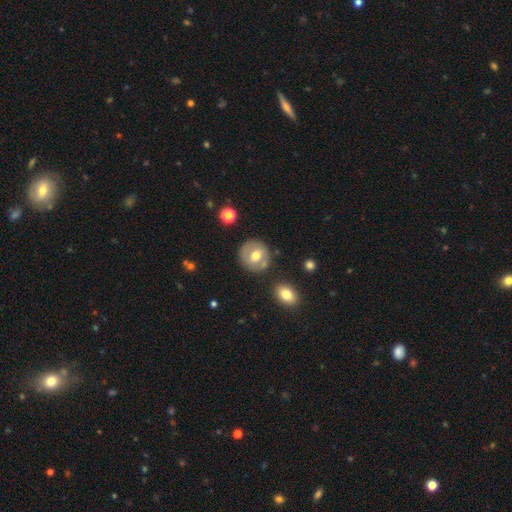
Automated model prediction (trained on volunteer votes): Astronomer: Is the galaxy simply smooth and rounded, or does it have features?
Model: smooth — 56% (runner-up: featured or disk, 37%).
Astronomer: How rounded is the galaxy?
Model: round — 87%.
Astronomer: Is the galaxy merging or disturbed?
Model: none — 79%.